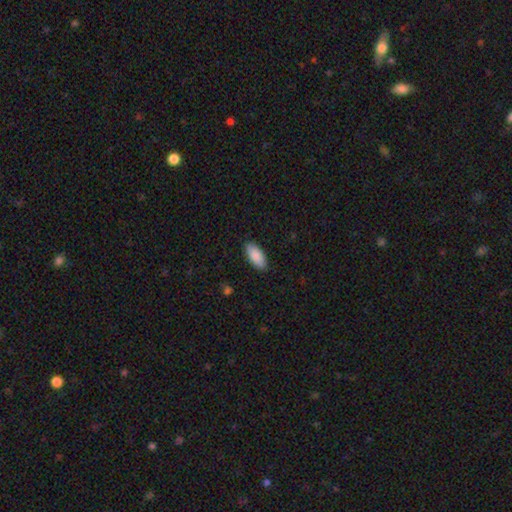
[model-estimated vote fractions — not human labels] This is clearly a smooth galaxy (89%). How rounded: clearly in between (89%). Merging: clearly none (88%).